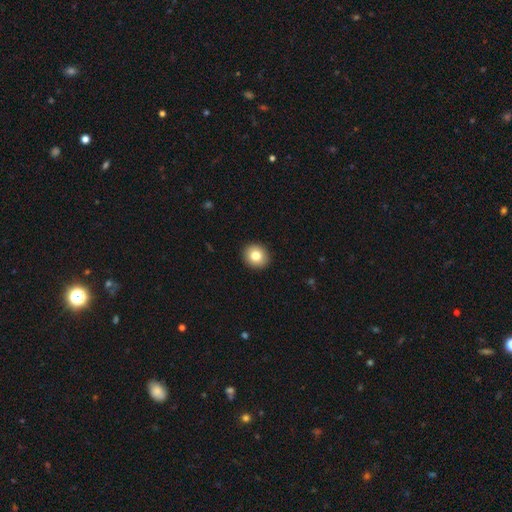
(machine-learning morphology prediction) smooth_or_featured: smooth (p=0.81) [alt: featured or disk p=0.10]
how_rounded: round (p=0.84) [alt: in between p=0.15]
merging: none (p=0.93) [alt: minor disturbance p=0.05]